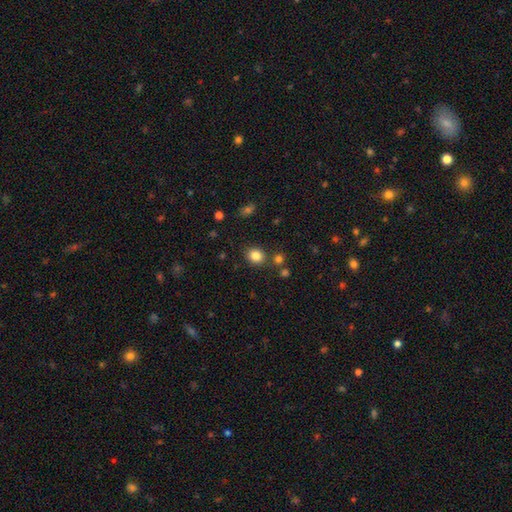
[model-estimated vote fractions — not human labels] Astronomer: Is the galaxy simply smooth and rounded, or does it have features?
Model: smooth — 83%.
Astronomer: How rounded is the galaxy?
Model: round — 69%.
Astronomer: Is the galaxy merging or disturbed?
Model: none — 82%.